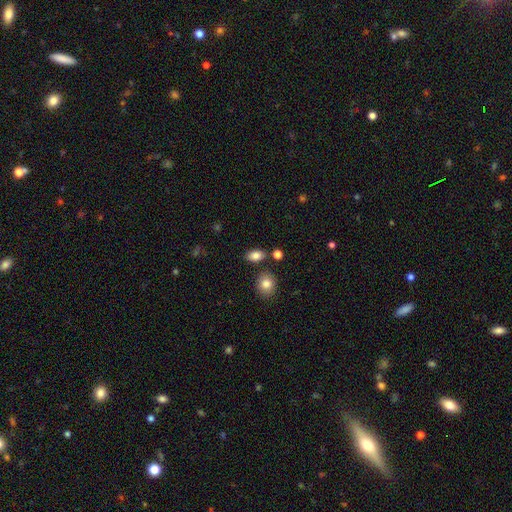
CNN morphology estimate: A smooth galaxy with no disk features (84%) that is in between round and cigar-shaped (85%).

Vote fractions:
- Smooth or featured? smooth: 84% / star or artifact: 9% / featured or disk: 7%
- How rounded? in between: 85% / round: 13% / cigar-shaped: 2%
- Merging? none: 79% / minor disturbance: 10% / merger: 8% / major disturbance: 3%